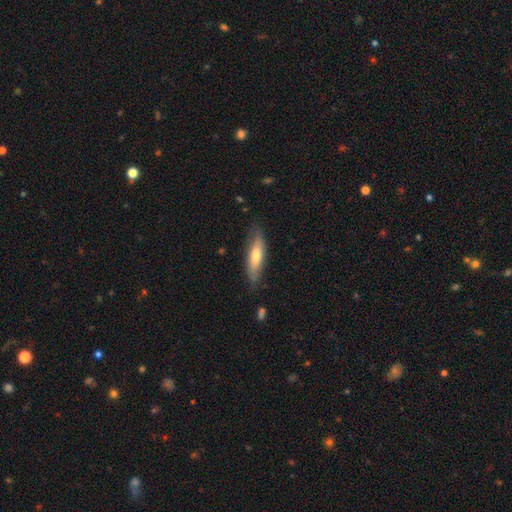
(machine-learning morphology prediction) Q: Smooth or featured?
A: smooth (60%); runner-up: featured or disk (34%)
Q: How rounded?
A: cigar-shaped (66%); runner-up: in between (33%)
Q: Merging?
A: none (77%); runner-up: minor disturbance (17%)